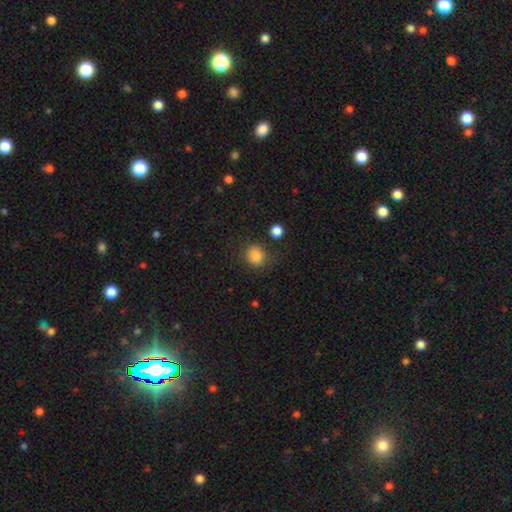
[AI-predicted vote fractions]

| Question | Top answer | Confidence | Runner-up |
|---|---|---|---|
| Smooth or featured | smooth | 85% | star or artifact (11%) |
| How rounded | round | 81% | in between (18%) |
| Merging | none | 76% | minor disturbance (15%) |